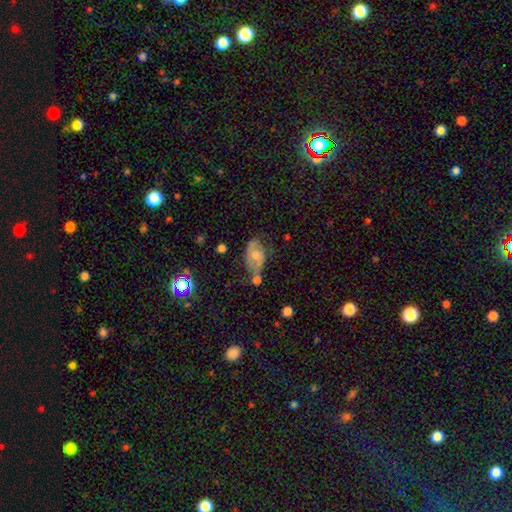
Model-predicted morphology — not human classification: Q: Smooth or featured?
A: smooth (56%); runner-up: featured or disk (36%)
Q: How rounded?
A: in between (89%); runner-up: round (9%)
Q: Merging?
A: none (42%); runner-up: minor disturbance (28%)